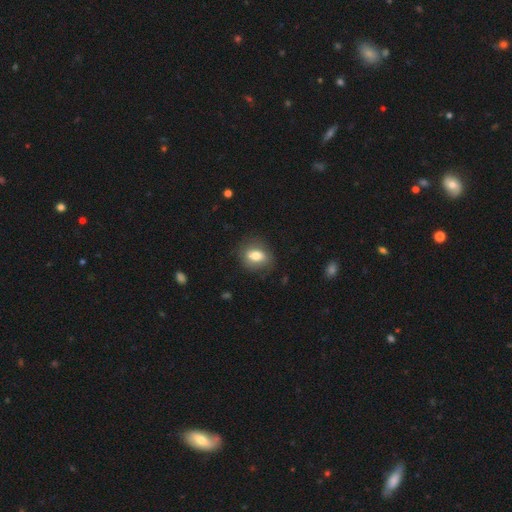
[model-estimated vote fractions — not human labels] Q: Smooth or featured?
A: smooth (72%); runner-up: featured or disk (19%)
Q: How rounded?
A: in between (64%); runner-up: round (34%)
Q: Merging?
A: none (79%); runner-up: minor disturbance (15%)